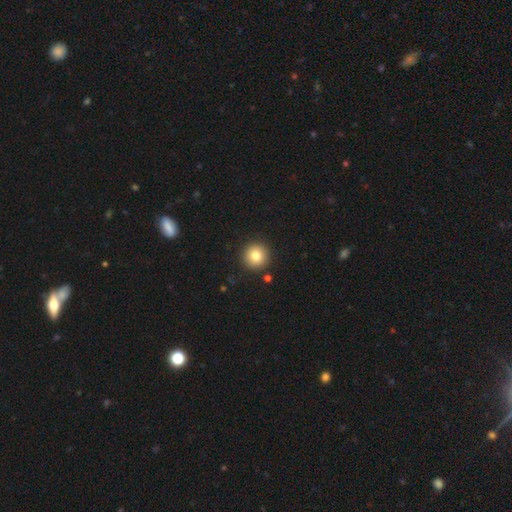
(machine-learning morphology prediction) Overall: smooth (82%). How rounded: round (95%). Merging: none (90%).